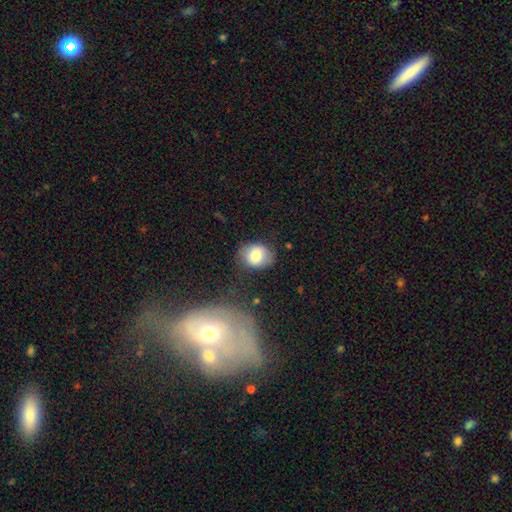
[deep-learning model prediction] Overall: smooth (78%). How rounded: round (57%; in between 42%). Merging: none (77%).